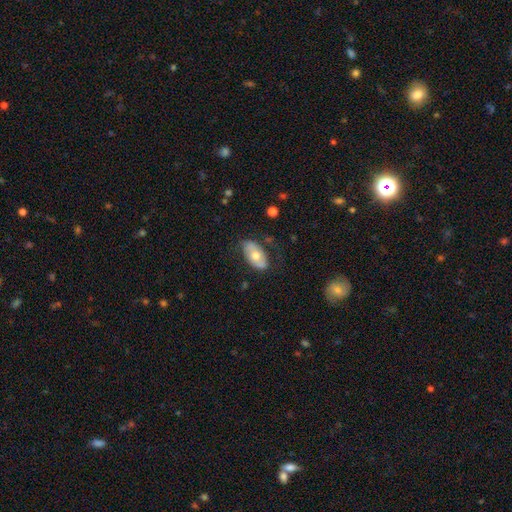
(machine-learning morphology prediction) This appears to be a smooth galaxy with no disk features (59%) that is in between round and cigar-shaped (93%). Merging: none (69%).